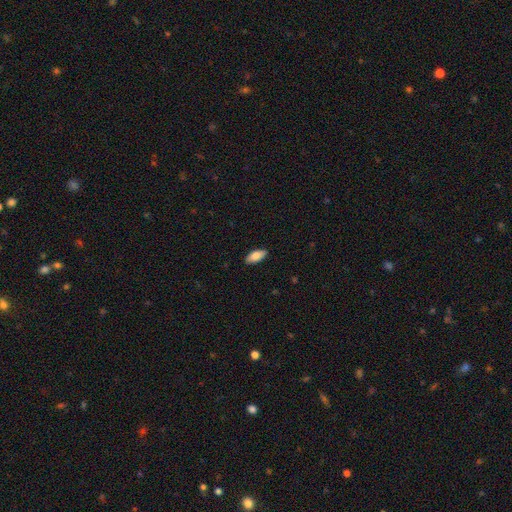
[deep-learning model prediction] Overall: smooth (80%). How rounded: in between (84%). Merging: none (88%).